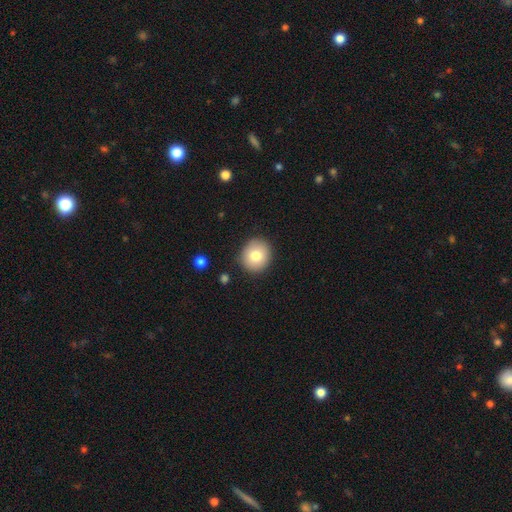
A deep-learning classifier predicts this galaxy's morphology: Overall: smooth (77%). How rounded: round (86%). Merging: none (88%).